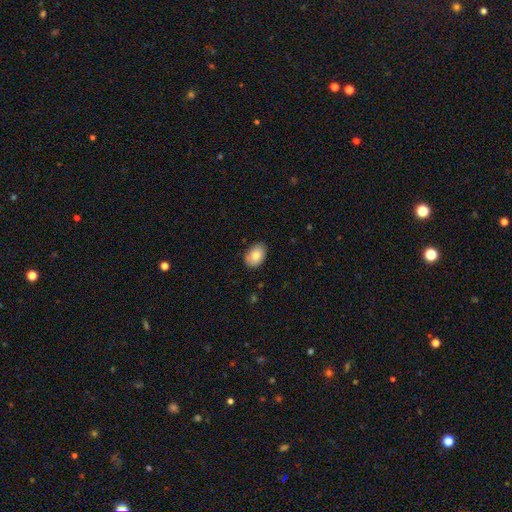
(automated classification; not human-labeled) smooth_or_featured: smooth (p=0.81) [alt: featured or disk p=0.12]
how_rounded: in between (p=0.83) [alt: round p=0.16]
merging: none (p=0.83) [alt: minor disturbance p=0.14]